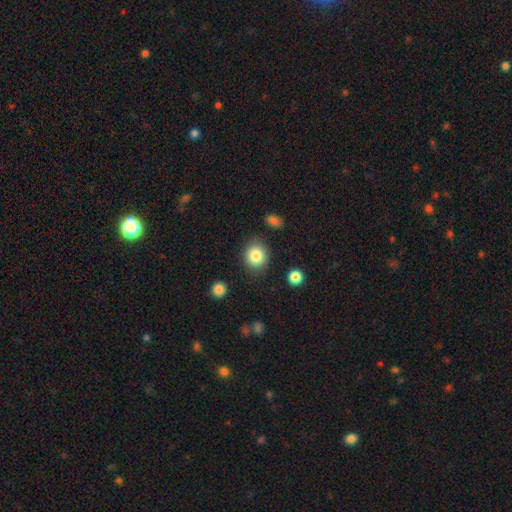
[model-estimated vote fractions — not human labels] smooth_or_featured: smooth (p=0.84) [alt: star or artifact p=0.10]
how_rounded: round (p=0.83) [alt: in between p=0.16]
merging: none (p=0.85) [alt: minor disturbance p=0.09]